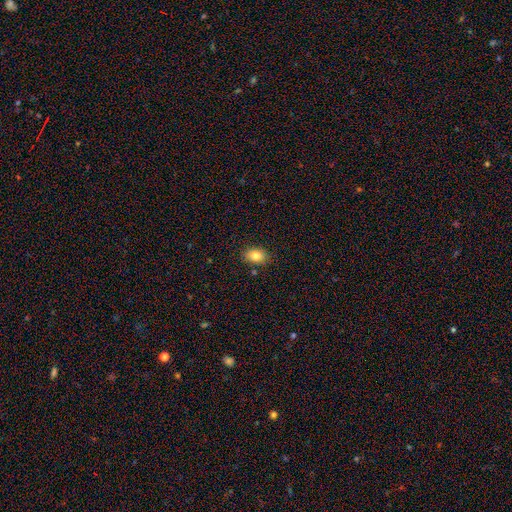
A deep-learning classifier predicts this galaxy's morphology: smooth 82%, star or artifact 9%, featured or disk 8%. Down the decision tree: how rounded — in between (78%); merging — none (86%).